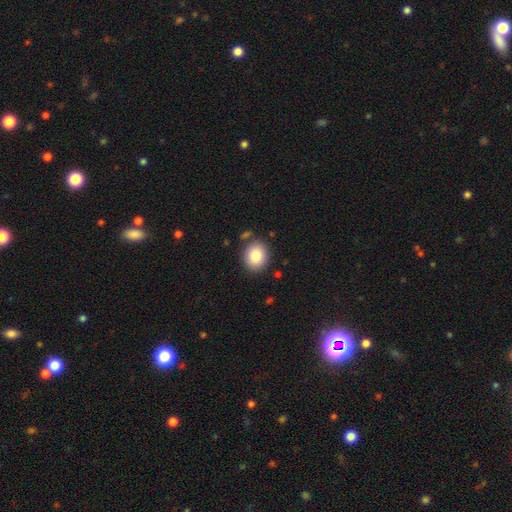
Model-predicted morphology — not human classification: The model was most divided on "how rounded": round: 71%, in between: 28%, cigar-shaped: 1%. More confident: smooth or featured — smooth (83%); merging — none (83%).